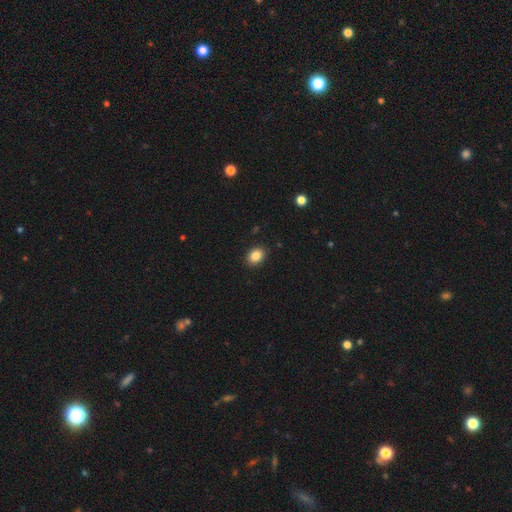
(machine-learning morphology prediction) smooth 86%, star or artifact 9%, featured or disk 5%. Down the decision tree: how rounded — in between (61%); merging — none (90%).